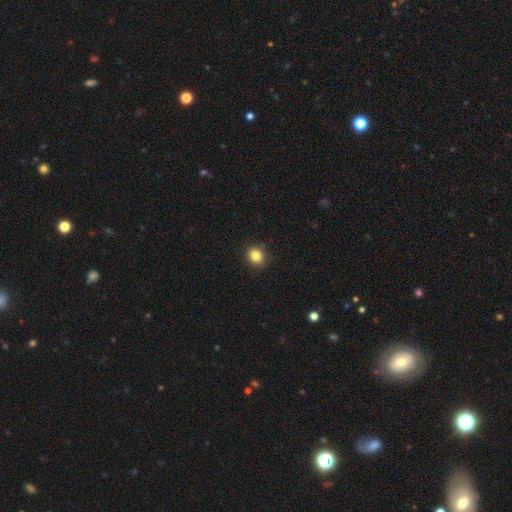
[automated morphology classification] type=smooth (84%); roundness=round (65%); merging=none (87%).